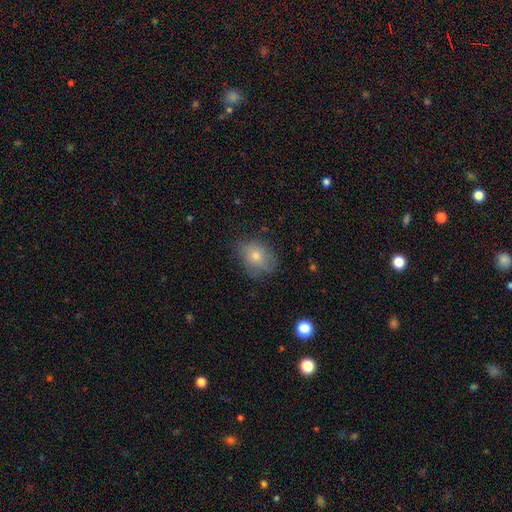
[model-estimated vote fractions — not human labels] A smooth galaxy with no disk features (70%) that is in between round and cigar-shaped (56%). Merging: none (70%).